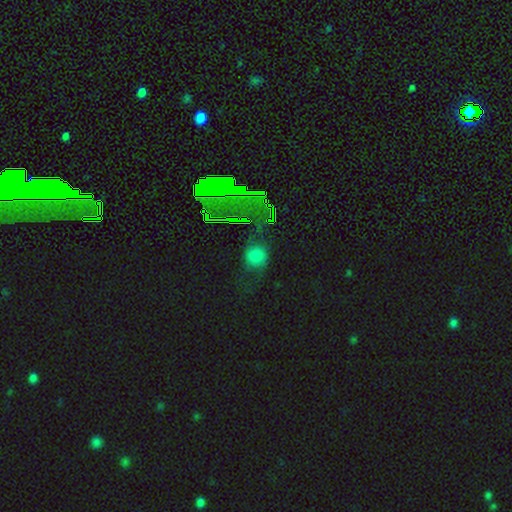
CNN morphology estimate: The model was most divided on "smooth or featured": smooth: 56%, star or artifact: 28%, featured or disk: 16%. More confident: how rounded — round (75%); merging — none (66%).